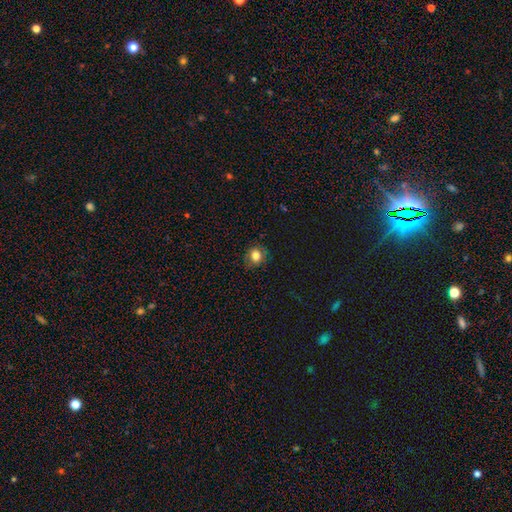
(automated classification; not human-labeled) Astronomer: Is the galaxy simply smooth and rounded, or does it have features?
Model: smooth — 80%.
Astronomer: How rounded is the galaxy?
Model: round — 75%.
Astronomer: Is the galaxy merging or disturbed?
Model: none — 82%.